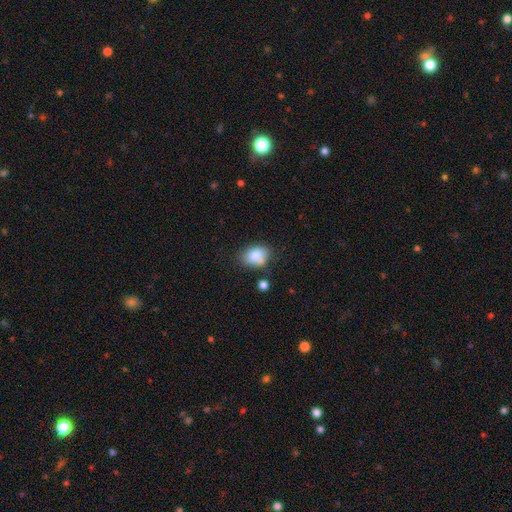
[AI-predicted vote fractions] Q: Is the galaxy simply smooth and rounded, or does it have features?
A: smooth — 80%.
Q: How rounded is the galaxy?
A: in between — 65%.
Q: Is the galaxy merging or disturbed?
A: none — 59%.